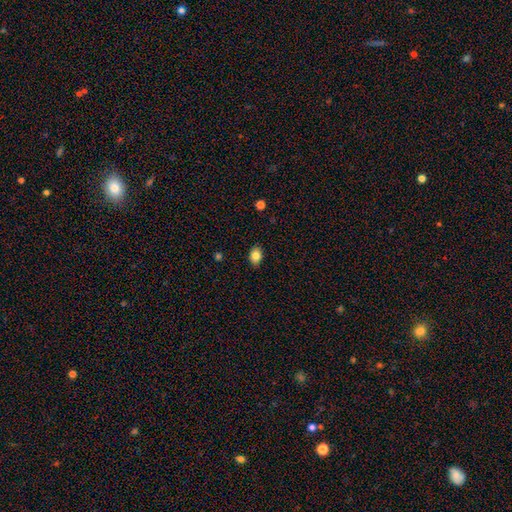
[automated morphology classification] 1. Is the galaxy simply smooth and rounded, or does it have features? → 84% smooth, 9% star or artifact, 7% featured or disk.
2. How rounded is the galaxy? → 75% in between, 24% round, 1% cigar-shaped.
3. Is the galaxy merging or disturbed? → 87% none, 10% minor disturbance, 2% major disturbance, 1% merger.